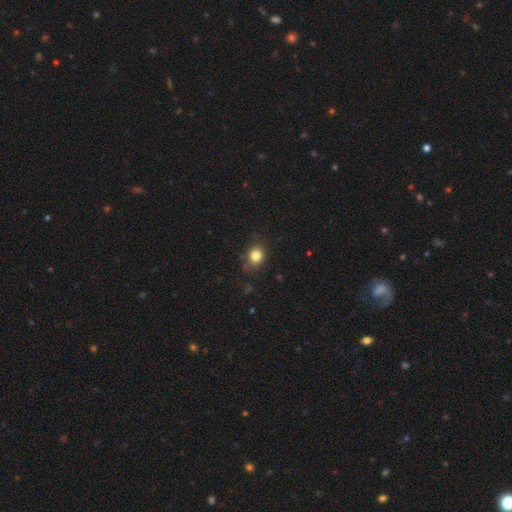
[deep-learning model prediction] smooth-or-featured: smooth: 82% | star or artifact: 11% | featured or disk: 7%
  how-rounded: round: 65% | in between: 34% | cigar-shaped: 1%
  merging: none: 79% | minor disturbance: 16% | major disturbance: 4% | merger: 2%